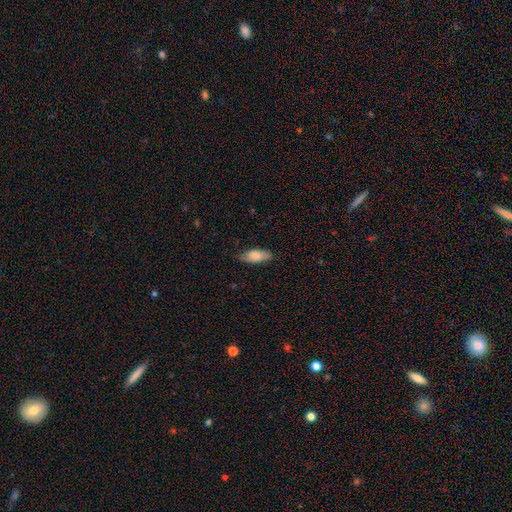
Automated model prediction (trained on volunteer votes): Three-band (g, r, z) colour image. It shows a smooth galaxy with no disk features (77%) that is in between round and cigar-shaped (79%). Merging: none (76%).